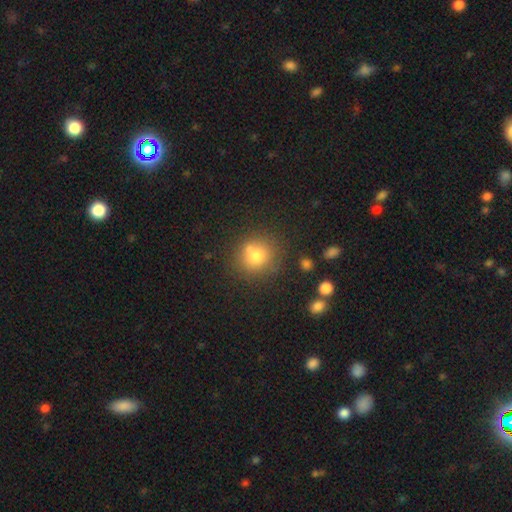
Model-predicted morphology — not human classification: This appears to be a smooth galaxy with no disk features (74%) that is round (86%). Merging: none (61%).